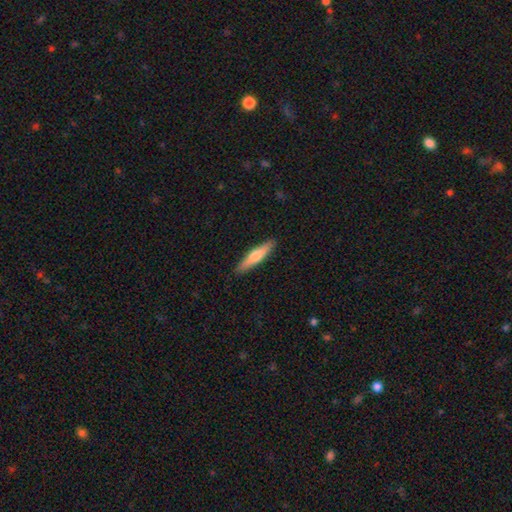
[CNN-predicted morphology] Smooth or featured? Predicted: smooth (p=0.63). How rounded? Predicted: cigar-shaped (p=0.86). Merging? Predicted: none (p=0.90).